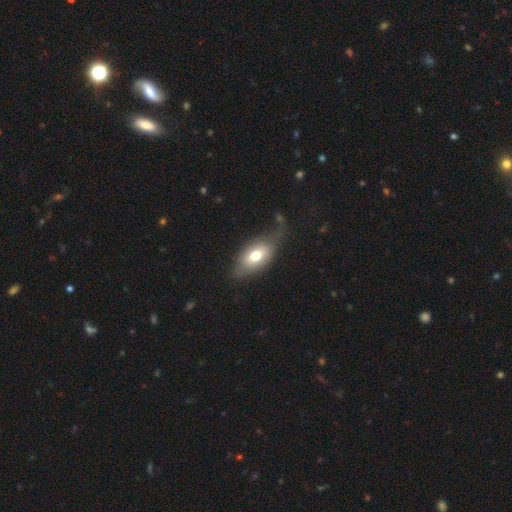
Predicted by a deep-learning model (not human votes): A smooth galaxy with no disk features (67%) that is in between round and cigar-shaped (88%).

Vote fractions:
- Smooth or featured? smooth: 67% / featured or disk: 25% / star or artifact: 8%
- How rounded? in between: 88% / round: 7% / cigar-shaped: 5%
- Merging? none: 47% / minor disturbance: 30% / major disturbance: 19% / merger: 4%